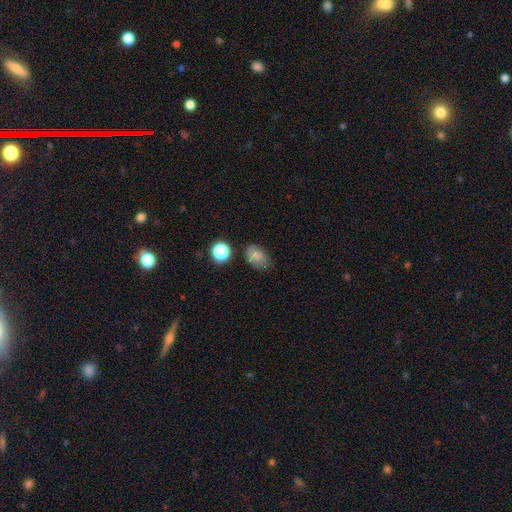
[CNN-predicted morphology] This is likely a smooth galaxy (76%). How rounded: likely in between (78%). Merging: likely none (65%).